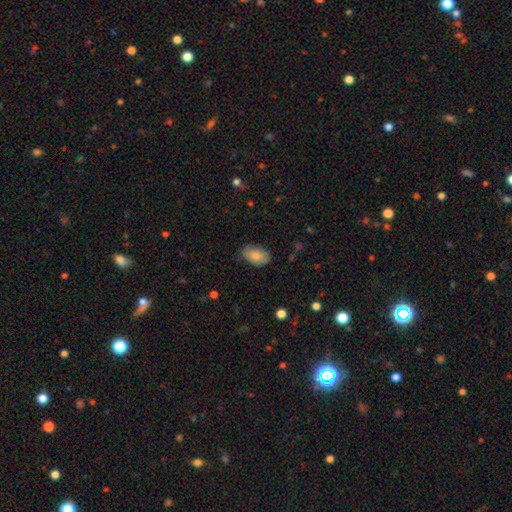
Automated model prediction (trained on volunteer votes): Morphology: type=smooth (79%); roundness=in between (90%); merging=none (76%).